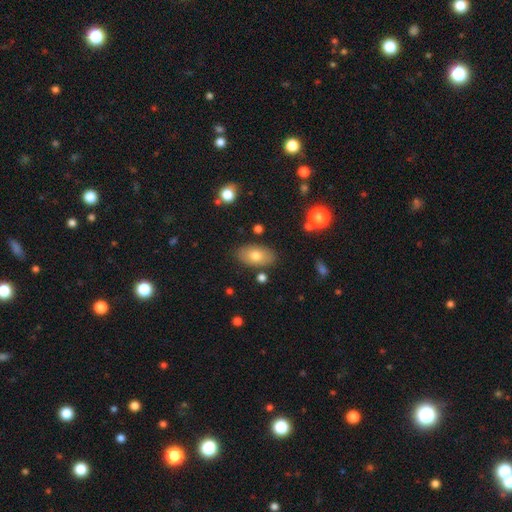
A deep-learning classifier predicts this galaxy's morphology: A smooth galaxy with no disk features (73%) that is in between round and cigar-shaped (92%). Merging: none (82%).